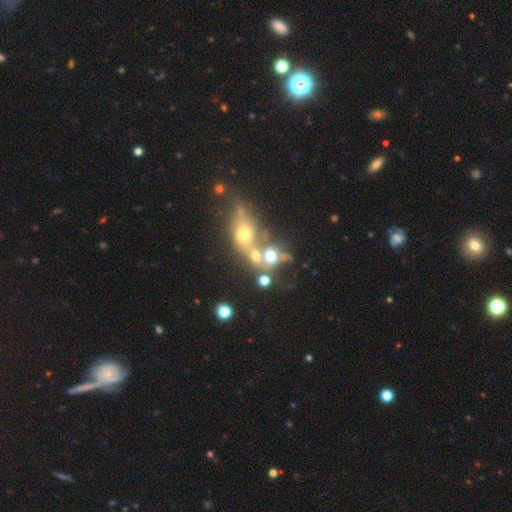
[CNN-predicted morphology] smooth_or_featured: smooth (p=0.56) [alt: featured or disk p=0.25]
how_rounded: round (p=0.62) [alt: in between p=0.35]
merging: merger (p=0.58) [alt: none p=0.26]